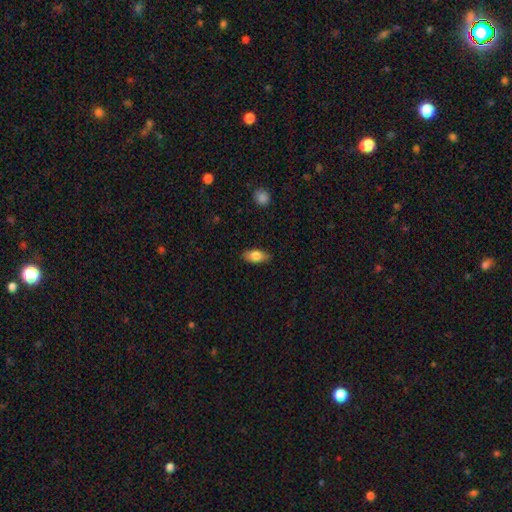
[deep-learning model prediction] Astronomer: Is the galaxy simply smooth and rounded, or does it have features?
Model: smooth — 76%.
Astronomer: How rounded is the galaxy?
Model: in between — 87%.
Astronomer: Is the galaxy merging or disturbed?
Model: none — 83%.